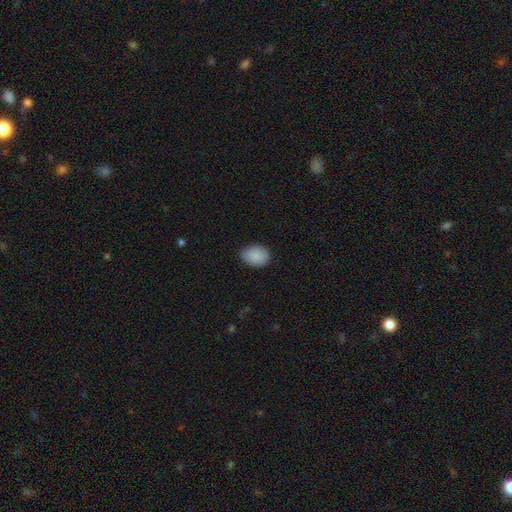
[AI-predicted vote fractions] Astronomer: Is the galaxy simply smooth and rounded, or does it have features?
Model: smooth — 89%.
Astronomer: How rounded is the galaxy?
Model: in between — 69%.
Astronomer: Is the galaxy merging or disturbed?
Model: none — 84%.